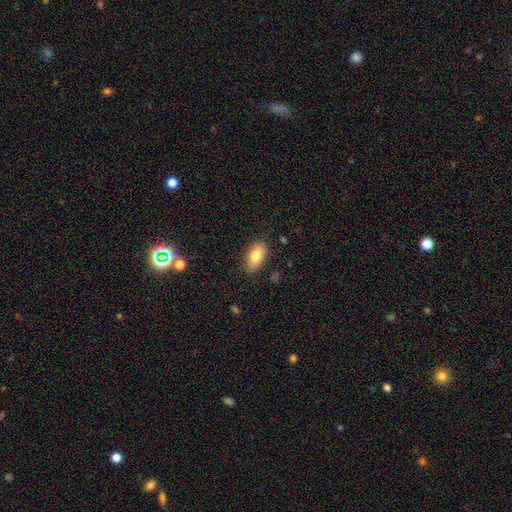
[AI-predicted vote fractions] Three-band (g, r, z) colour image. It shows a smooth galaxy with no disk features (80%) that is in between round and cigar-shaped (91%). Merging: none (83%).